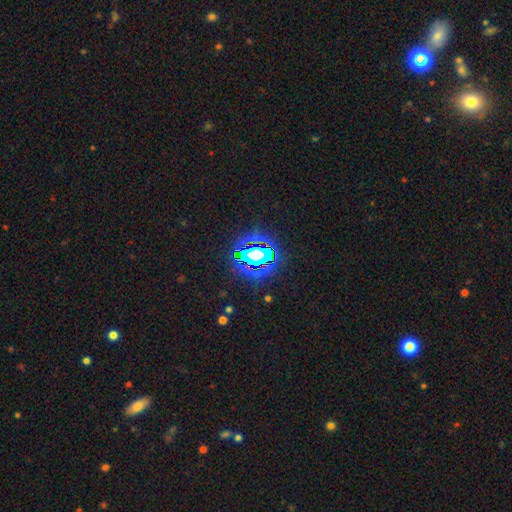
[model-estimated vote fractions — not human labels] The model was most divided on "smooth or featured": star or artifact: 69%, smooth: 17%, featured or disk: 14%.